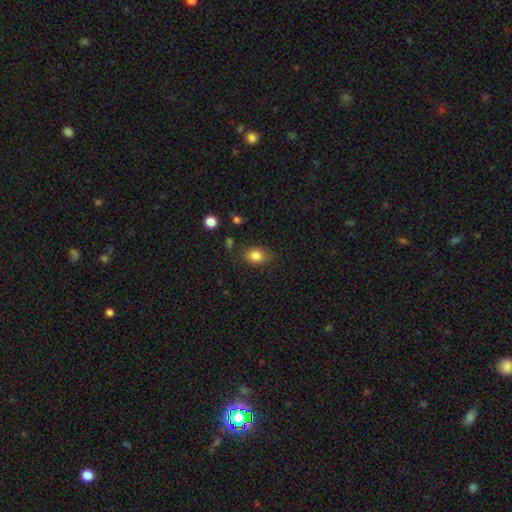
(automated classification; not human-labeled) Smooth or featured?
  - smooth: 84% *
  - star or artifact: 10%
  - featured or disk: 7%
How rounded?
  - in between: 66% *
  - round: 33%
  - cigar-shaped: 1%
Merging?
  - none: 78% *
  - minor disturbance: 16%
  - major disturbance: 4%
  - merger: 2%